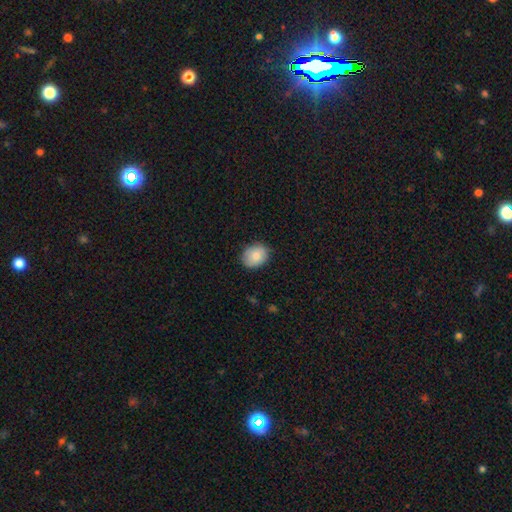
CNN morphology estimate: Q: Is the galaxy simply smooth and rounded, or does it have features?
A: smooth — 83%.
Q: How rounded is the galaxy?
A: in between — 55%.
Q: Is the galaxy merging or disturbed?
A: none — 84%.